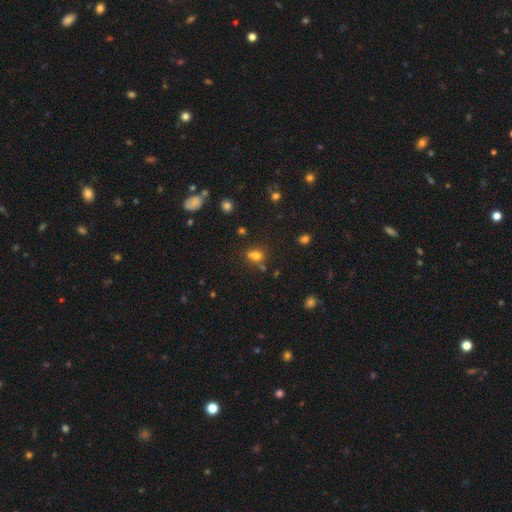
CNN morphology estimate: A smooth galaxy with no disk features (71%) that is in between round and cigar-shaped (51%). Merging: none (54%).